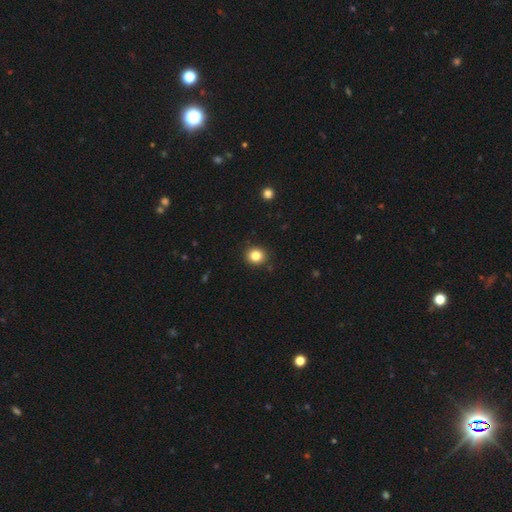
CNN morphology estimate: smooth_or_featured: smooth (p=0.83) [alt: star or artifact p=0.12]
how_rounded: round (p=0.84) [alt: in between p=0.15]
merging: none (p=0.91) [alt: minor disturbance p=0.06]